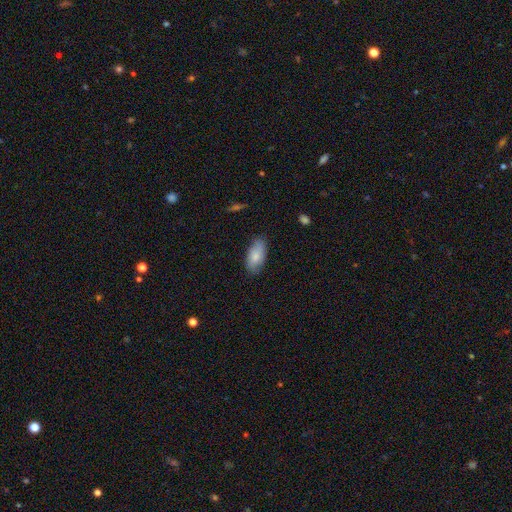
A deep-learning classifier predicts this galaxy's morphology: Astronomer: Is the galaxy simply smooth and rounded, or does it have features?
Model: smooth — 77%.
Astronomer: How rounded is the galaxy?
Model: in between — 92%.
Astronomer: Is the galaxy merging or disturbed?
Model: none — 79%.